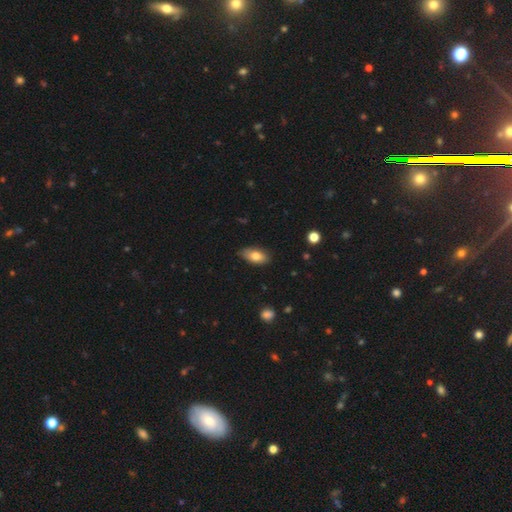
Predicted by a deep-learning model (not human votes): smooth-or-featured: smooth: 78% | featured or disk: 15% | star or artifact: 7%
  how-rounded: in between: 90% | cigar-shaped: 6% | round: 4%
  merging: none: 81% | minor disturbance: 15% | major disturbance: 2% | merger: 1%